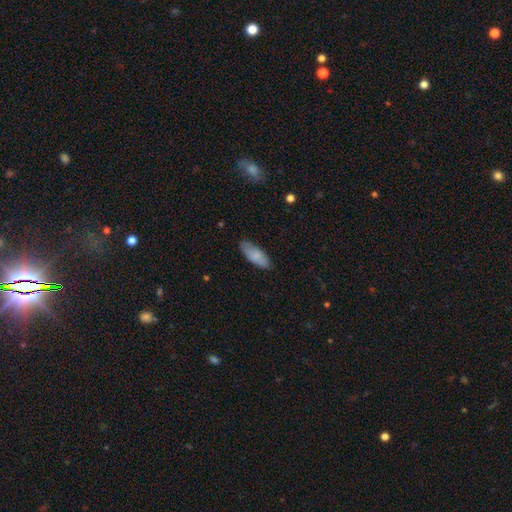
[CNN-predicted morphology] Smooth or featured: smooth — 79% (featured or disk — 15%)
How rounded: in between — 78% (cigar-shaped — 21%)
Merging: none — 79% (minor disturbance — 16%)